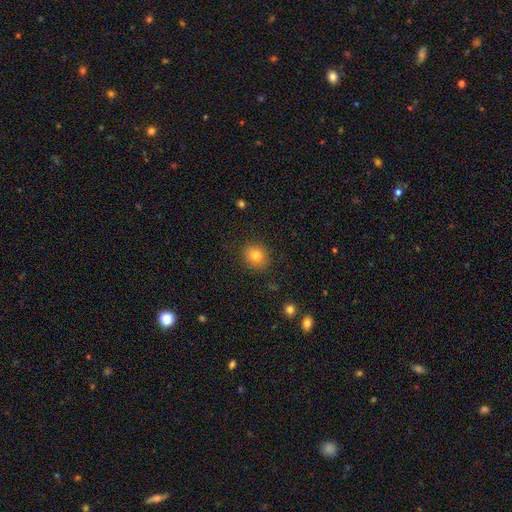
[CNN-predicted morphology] A smooth galaxy with no disk features (81%) that is round (81%). Merging: none (87%).